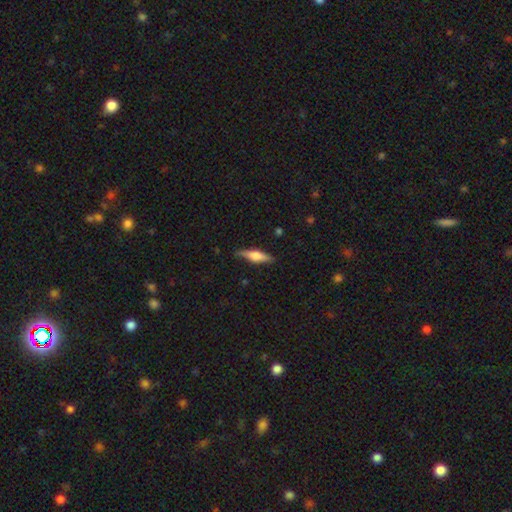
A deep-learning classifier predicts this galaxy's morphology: smooth_or_featured: featured or disk (p=0.52) [alt: smooth p=0.42]
disk_edge_on: yes (p=0.95) [alt: no p=0.05]
merging: none (p=0.85) [alt: minor disturbance p=0.11]